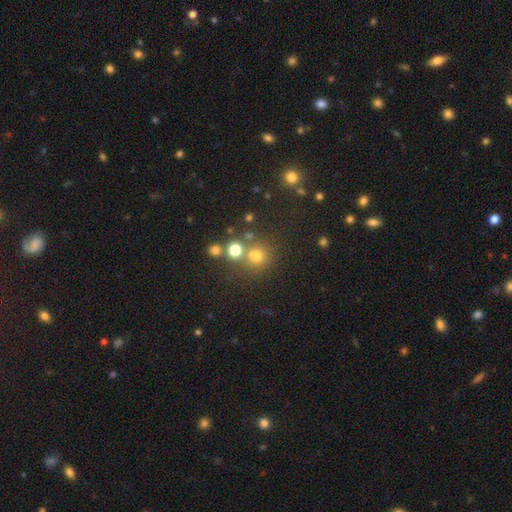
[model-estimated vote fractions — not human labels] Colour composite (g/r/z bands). It shows a smooth galaxy with no disk features (69%) that is round (90%). Merging: none (67%).